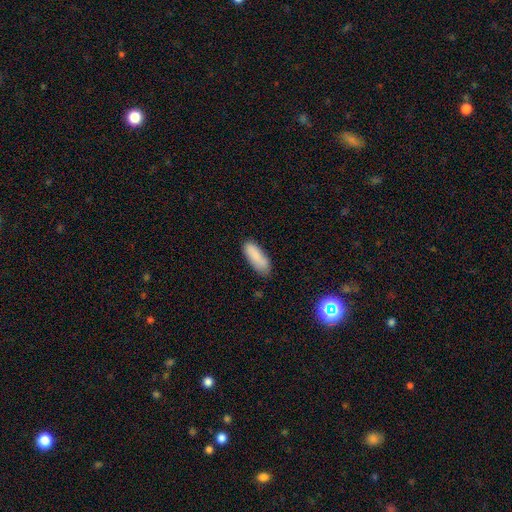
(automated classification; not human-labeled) Smooth or featured: smooth — 86% (featured or disk — 8%)
How rounded: in between — 68% (cigar-shaped — 30%)
Merging: none — 75% (minor disturbance — 19%)